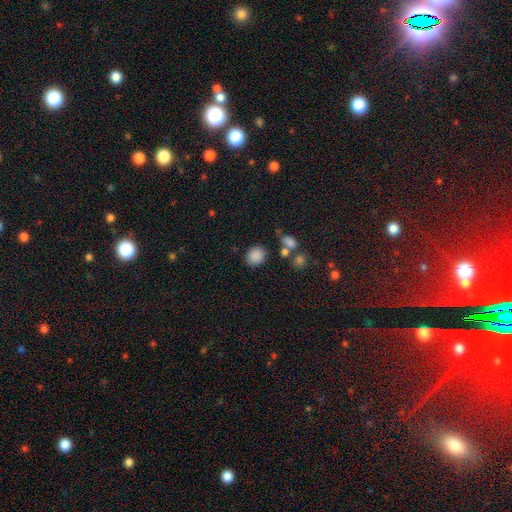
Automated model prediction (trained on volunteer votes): smooth 86%, star or artifact 10%, featured or disk 5%. Down the decision tree: how rounded — round (65%); merging — none (76%).